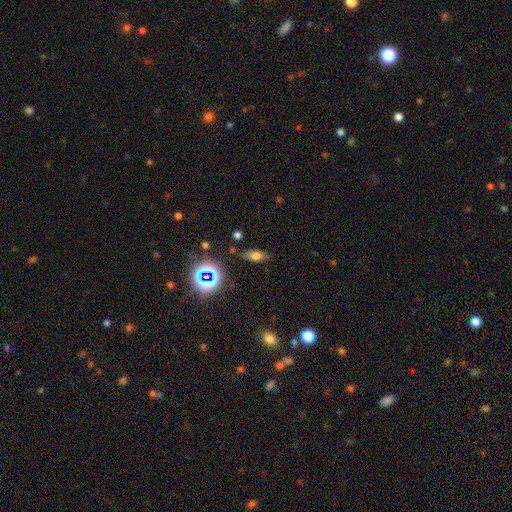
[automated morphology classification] This is likely a smooth galaxy (63%). How rounded: likely in between (72%). Merging: clearly none (81%).